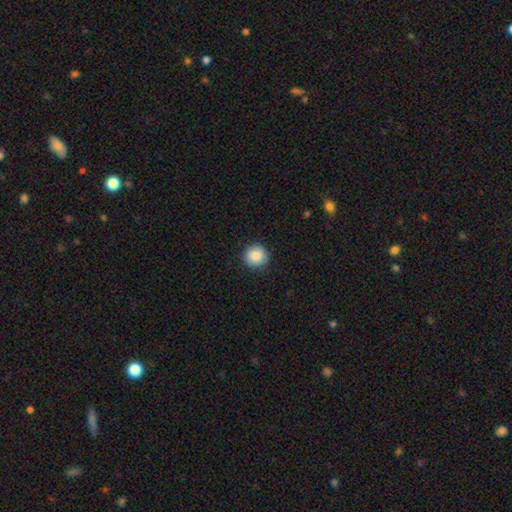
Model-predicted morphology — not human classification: Smooth or featured: smooth — 87% (star or artifact — 8%)
How rounded: round — 91% (in between — 8%)
Merging: none — 90% (minor disturbance — 7%)